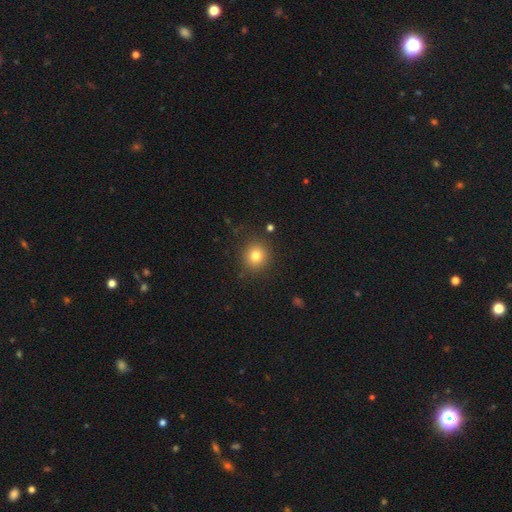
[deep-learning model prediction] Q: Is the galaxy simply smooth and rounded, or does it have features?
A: smooth — 79%.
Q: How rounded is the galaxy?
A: round — 88%.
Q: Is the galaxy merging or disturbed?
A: none — 87%.